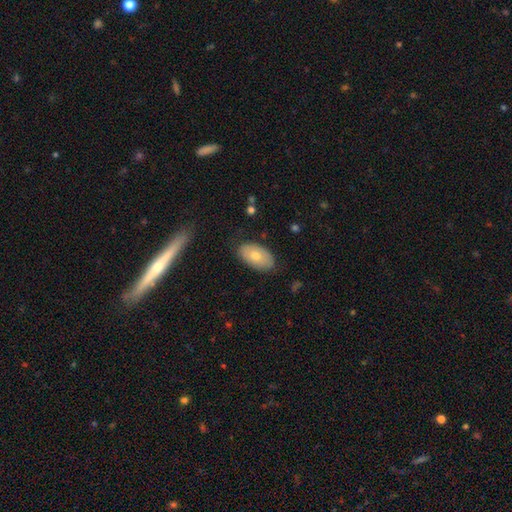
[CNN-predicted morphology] This is likely a smooth galaxy (70%). How rounded: clearly in between (94%). Merging: likely none (79%).